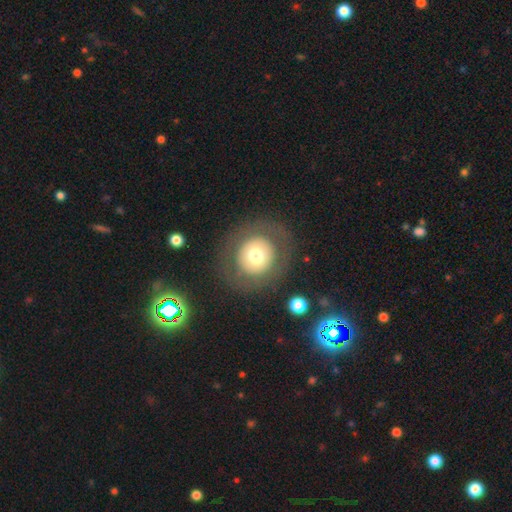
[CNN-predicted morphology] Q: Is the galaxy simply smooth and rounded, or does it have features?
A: smooth — 60%.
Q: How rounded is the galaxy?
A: round — 90%.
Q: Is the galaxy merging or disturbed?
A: none — 83%.